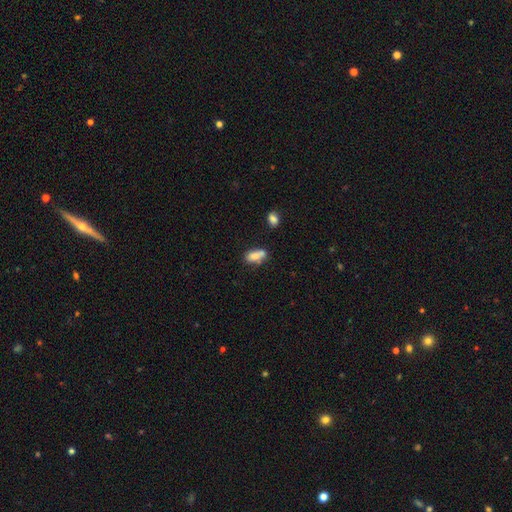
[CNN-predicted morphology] Q: Smooth or featured?
A: smooth (75%); runner-up: featured or disk (16%)
Q: How rounded?
A: in between (83%); runner-up: cigar-shaped (11%)
Q: Merging?
A: none (40%); runner-up: merger (36%)